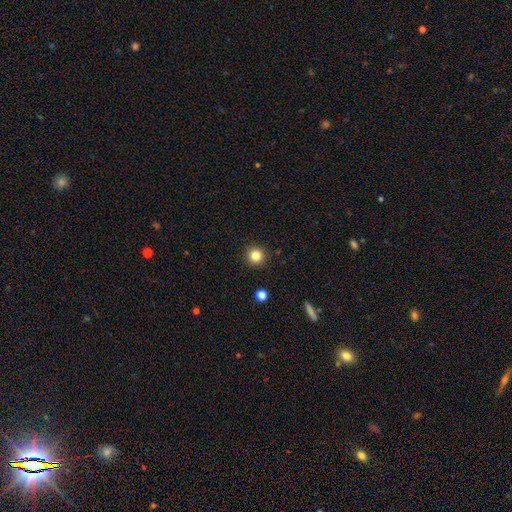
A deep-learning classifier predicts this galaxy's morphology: This is clearly a smooth galaxy (83%). How rounded: clearly round (94%). Merging: clearly none (91%).